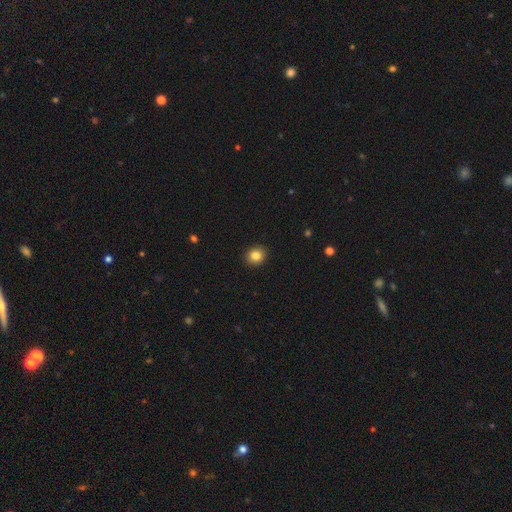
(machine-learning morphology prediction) smooth_or_featured: smooth (p=0.84) [alt: star or artifact p=0.10]
how_rounded: round (p=0.78) [alt: in between p=0.21]
merging: none (p=0.92) [alt: minor disturbance p=0.06]